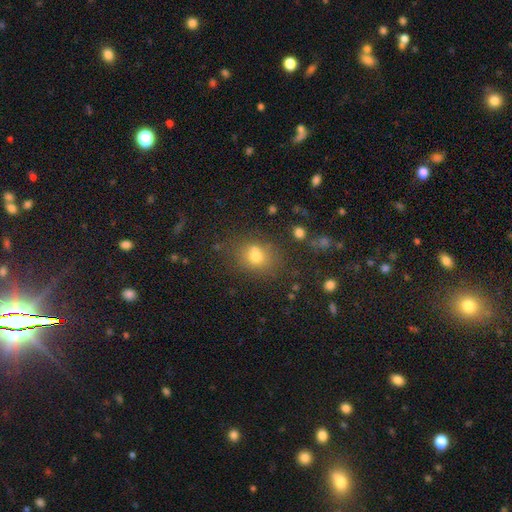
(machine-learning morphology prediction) This is likely a smooth galaxy (70%). How rounded: possibly round (55%). Merging: likely none (61%).